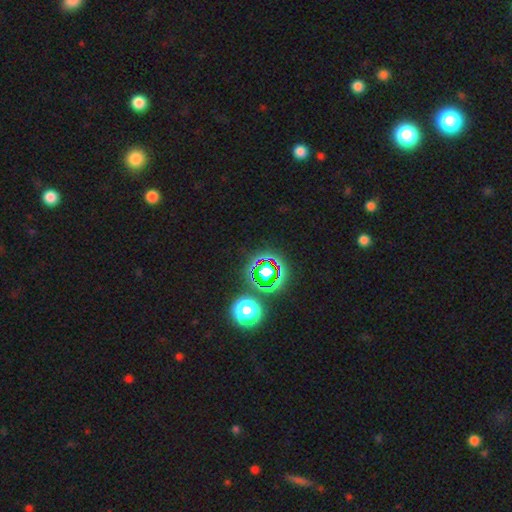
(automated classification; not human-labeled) Morphology: type=star or artifact (75%).